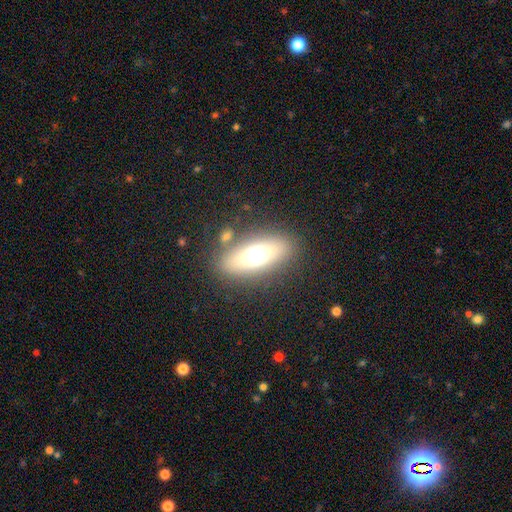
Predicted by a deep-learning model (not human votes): A smooth galaxy with no disk features (59%) that is in between round and cigar-shaped (72%).

Vote fractions:
- Smooth or featured? smooth: 59% / featured or disk: 28% / star or artifact: 13%
- How rounded? in between: 72% / cigar-shaped: 18% / round: 10%
- Merging? none: 80% / minor disturbance: 10% / merger: 5% / major disturbance: 5%